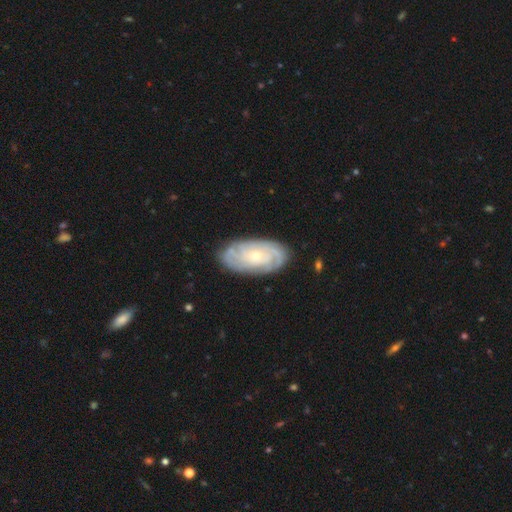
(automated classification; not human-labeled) The model was most divided on "spiral arm count": can't tell: 42%, 2: 17%, 3: 16%, 4: 14%, more than 4: 6%, 1: 5%. More confident: edge-on disk — no (94%); spiral arms — yes (92%); merging — none (82%); bar — no (78%); smooth or featured — featured or disk (77%); spiral winding — tight (76%); bulge size — small (68%).